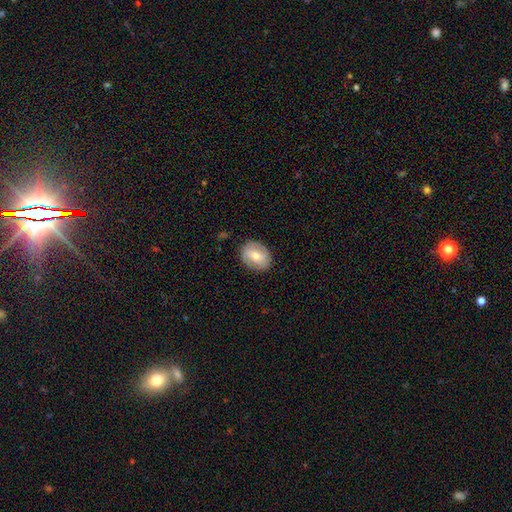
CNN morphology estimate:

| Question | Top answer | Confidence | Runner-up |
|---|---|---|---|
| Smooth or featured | smooth | 60% | featured or disk (33%) |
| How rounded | in between | 53% | round (46%) |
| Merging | none | 86% | minor disturbance (11%) |